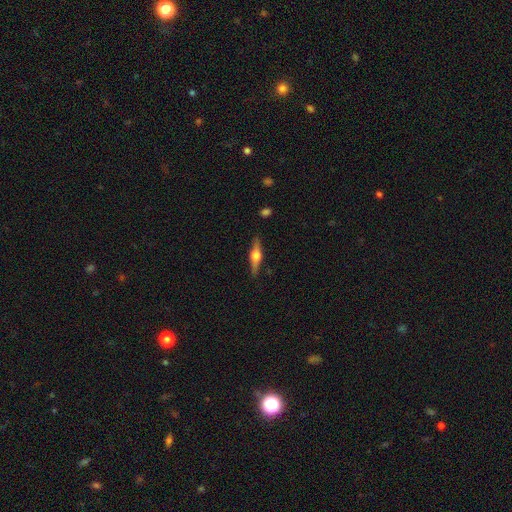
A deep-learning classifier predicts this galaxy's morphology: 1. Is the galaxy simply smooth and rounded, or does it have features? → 72% featured or disk, 22% smooth, 6% star or artifact.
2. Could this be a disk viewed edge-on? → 97% yes, 3% no.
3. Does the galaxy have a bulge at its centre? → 94% rounded, 5% boxy, 2% none.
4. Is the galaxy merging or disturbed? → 88% none, 9% minor disturbance, 2% major disturbance, 1% merger.